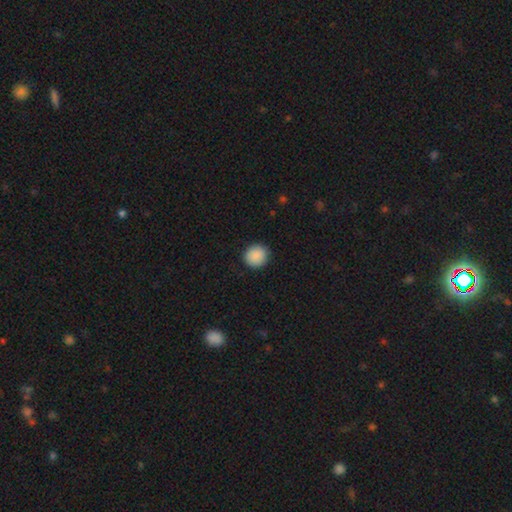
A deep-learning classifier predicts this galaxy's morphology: smooth_or_featured: smooth (p=0.90) [alt: star or artifact p=0.07]
how_rounded: round (p=0.90) [alt: in between p=0.09]
merging: none (p=0.91) [alt: minor disturbance p=0.06]